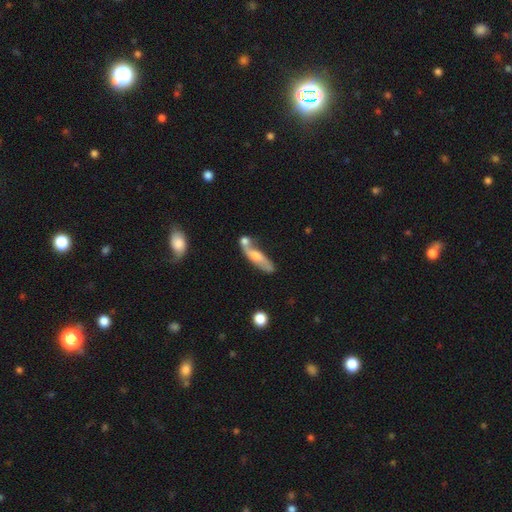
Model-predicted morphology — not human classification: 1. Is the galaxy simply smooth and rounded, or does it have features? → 59% featured or disk, 34% smooth, 8% star or artifact.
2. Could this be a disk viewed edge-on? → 58% no, 42% yes.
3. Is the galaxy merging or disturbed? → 45% none, 29% merger, 18% minor disturbance, 9% major disturbance.